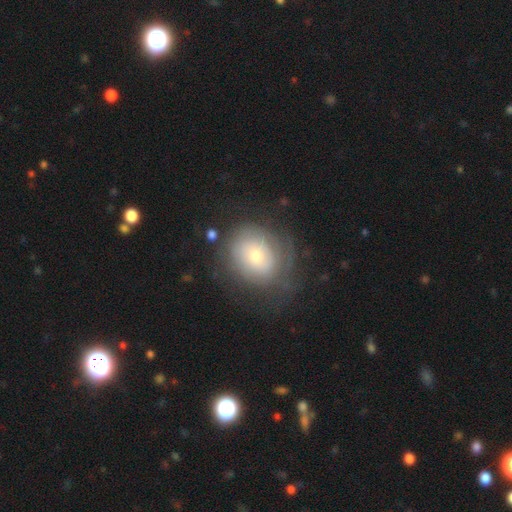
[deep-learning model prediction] A smooth galaxy with no disk features (48%). Merging: none (60%).